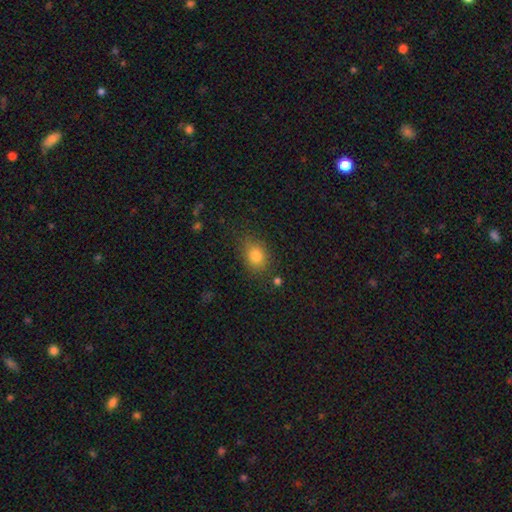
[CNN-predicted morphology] smooth-or-featured: smooth: 82% | star or artifact: 11% | featured or disk: 7%
  how-rounded: in between: 58% | round: 41% | cigar-shaped: 1%
  merging: none: 75% | minor disturbance: 17% | major disturbance: 5% | merger: 3%